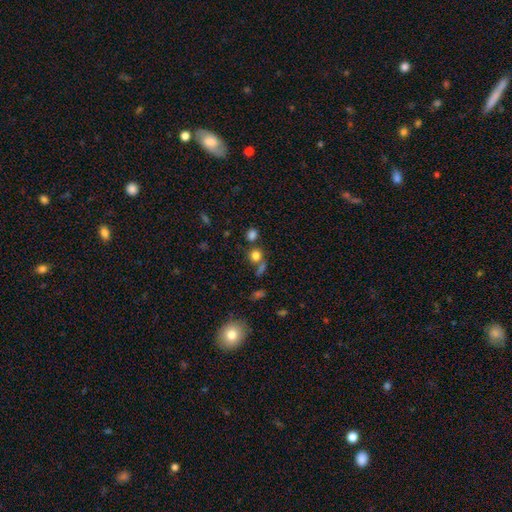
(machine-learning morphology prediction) Q: Smooth or featured?
A: smooth (77%); runner-up: star or artifact (15%)
Q: How rounded?
A: round (85%); runner-up: in between (14%)
Q: Merging?
A: none (61%); runner-up: merger (23%)